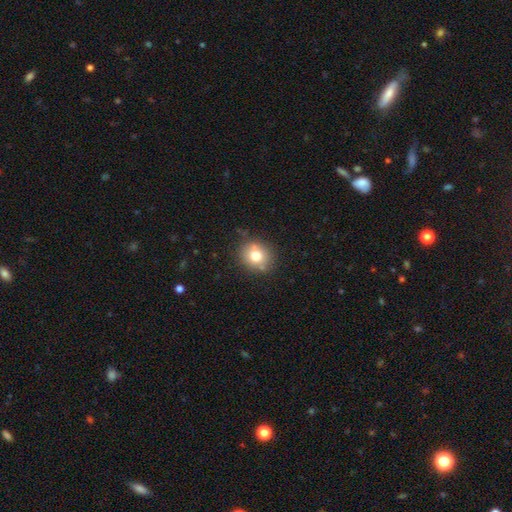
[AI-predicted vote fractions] Smooth or featured?
  - smooth: 75% *
  - featured or disk: 14%
  - star or artifact: 11%
How rounded?
  - round: 74% *
  - in between: 25%
  - cigar-shaped: 1%
Merging?
  - none: 80% *
  - minor disturbance: 13%
  - merger: 4%
  - major disturbance: 3%